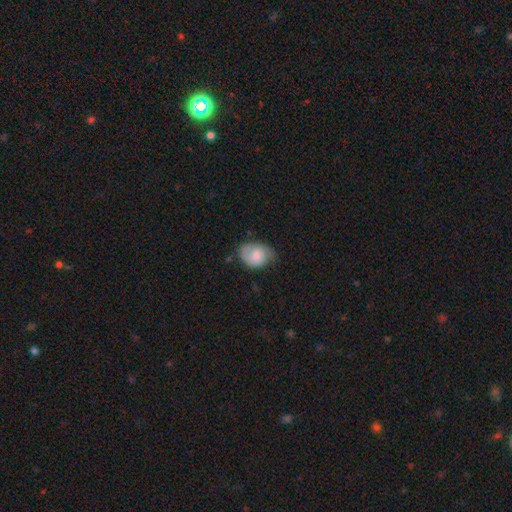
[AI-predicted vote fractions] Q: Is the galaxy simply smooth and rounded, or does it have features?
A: smooth — 62%.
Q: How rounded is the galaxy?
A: in between — 67%.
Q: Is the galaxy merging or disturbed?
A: none — 55%.